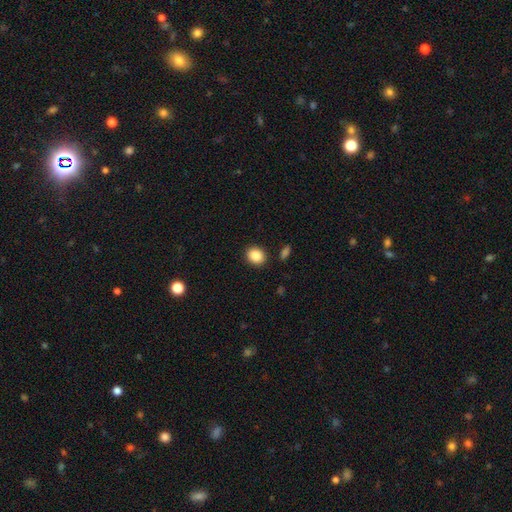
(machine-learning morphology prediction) Overall: smooth (88%). How rounded: round (59%; in between 40%). Merging: none (87%).